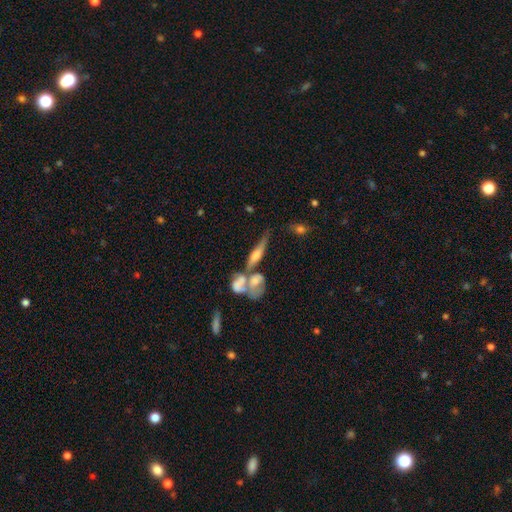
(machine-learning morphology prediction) Smooth or featured? featured or disk (63%)
Edge-on disk? yes (77%)
Merging? merger (43%)